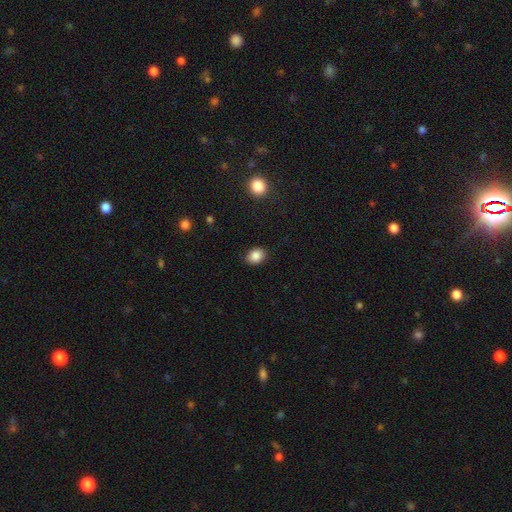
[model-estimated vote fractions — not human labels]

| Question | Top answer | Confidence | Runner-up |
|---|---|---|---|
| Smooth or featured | smooth | 86% | star or artifact (9%) |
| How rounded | in between | 57% | round (42%) |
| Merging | none | 85% | minor disturbance (11%) |